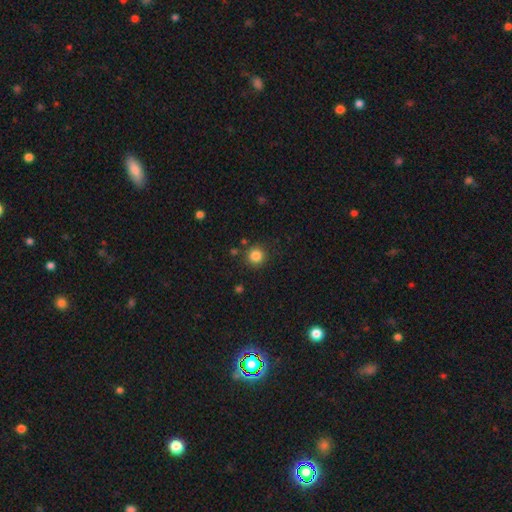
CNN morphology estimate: Smooth or featured?
  - smooth: 84% *
  - star or artifact: 12%
  - featured or disk: 4%
How rounded?
  - round: 94% *
  - in between: 5%
  - cigar-shaped: 1%
Merging?
  - none: 86% *
  - minor disturbance: 8%
  - merger: 3%
  - major disturbance: 3%